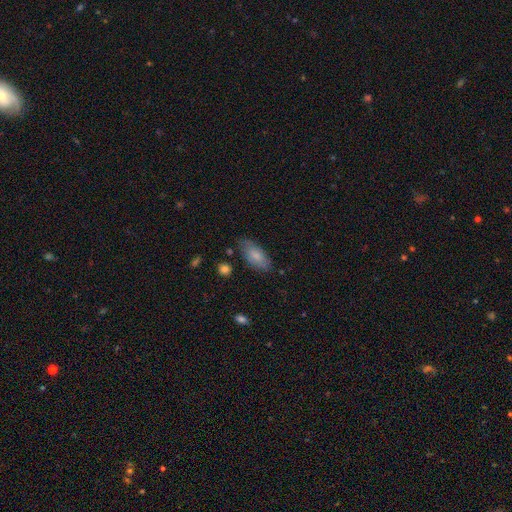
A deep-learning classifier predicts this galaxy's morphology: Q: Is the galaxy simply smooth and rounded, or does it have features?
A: smooth — 78%.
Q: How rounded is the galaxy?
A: in between — 88%.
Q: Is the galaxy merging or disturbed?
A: none — 73%.